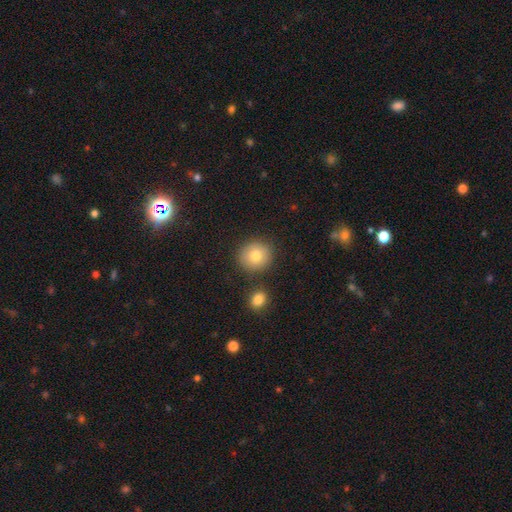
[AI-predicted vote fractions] This appears to be a smooth galaxy with no disk features (80%) that is round (87%). Merging: none (82%).